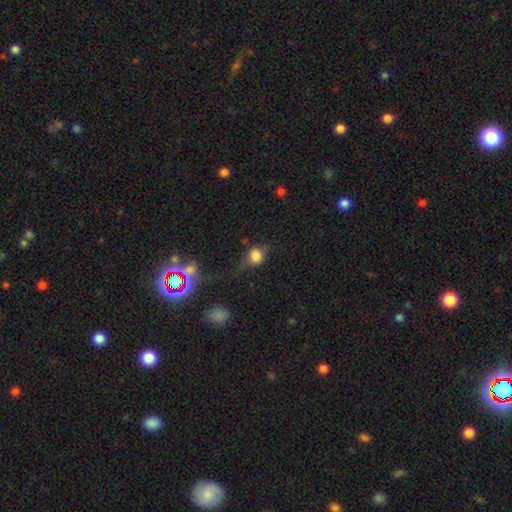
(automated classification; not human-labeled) Morphology: type=smooth (73%); roundness=round (72%); merging=none (49%).